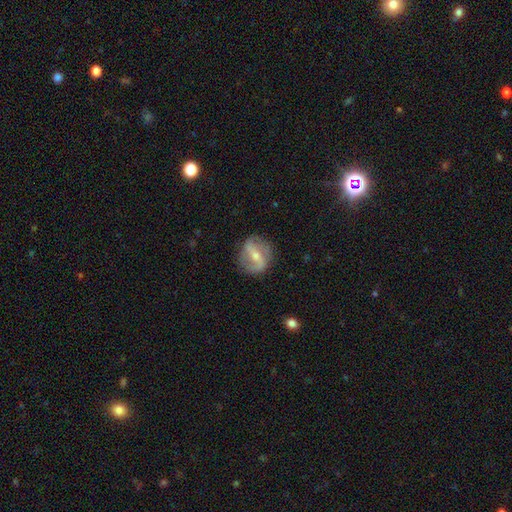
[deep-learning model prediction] featured or disk 71%, smooth 22%, star or artifact 7%. Down the decision tree: edge-on disk — no (93%); bar — strong (54%); spiral arms — yes (73%); bulge size — moderate (47%, tied with small); merging — none (80%).